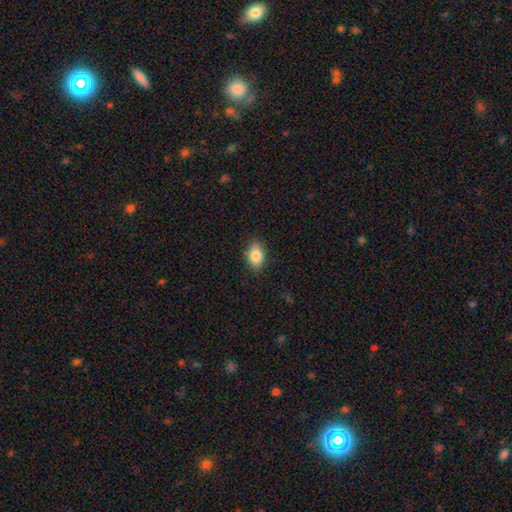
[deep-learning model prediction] smooth-or-featured: smooth: 84% | star or artifact: 8% | featured or disk: 8%
  how-rounded: in between: 81% | round: 17% | cigar-shaped: 2%
  merging: none: 84% | minor disturbance: 13% | major disturbance: 3% | merger: 1%